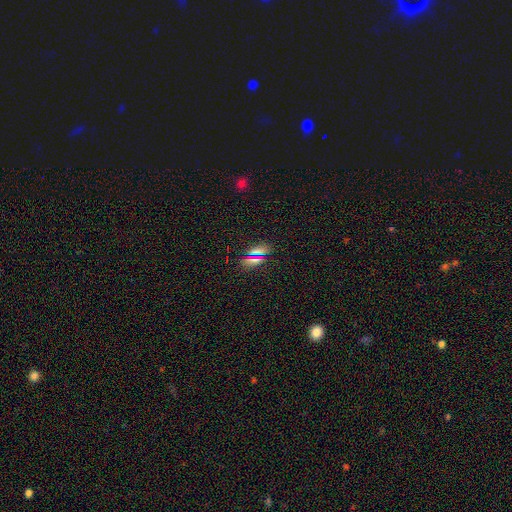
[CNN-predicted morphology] Smooth or featured? Predicted: smooth (p=0.63). How rounded? Predicted: in between (p=0.57). Merging? Predicted: none (p=0.77).